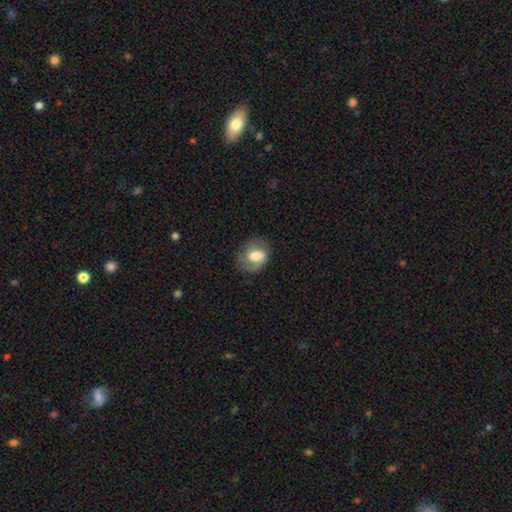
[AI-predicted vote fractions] Smooth or featured? Predicted: featured or disk (p=0.51). Edge-on disk? Predicted: no (p=0.96). Merging? Predicted: none (p=0.68).